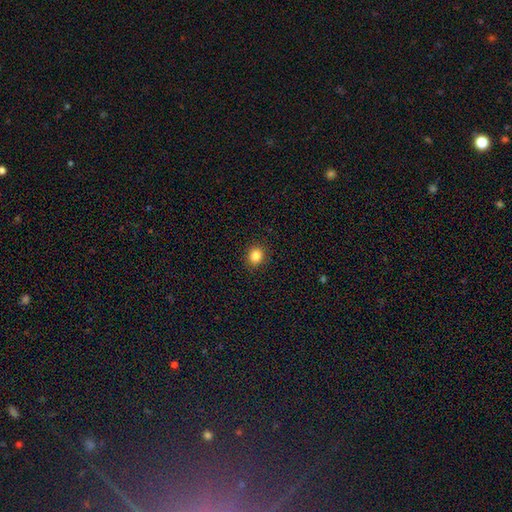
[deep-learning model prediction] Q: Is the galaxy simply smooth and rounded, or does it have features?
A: smooth — 84%.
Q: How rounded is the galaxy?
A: round — 80%.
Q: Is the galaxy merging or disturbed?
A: none — 91%.